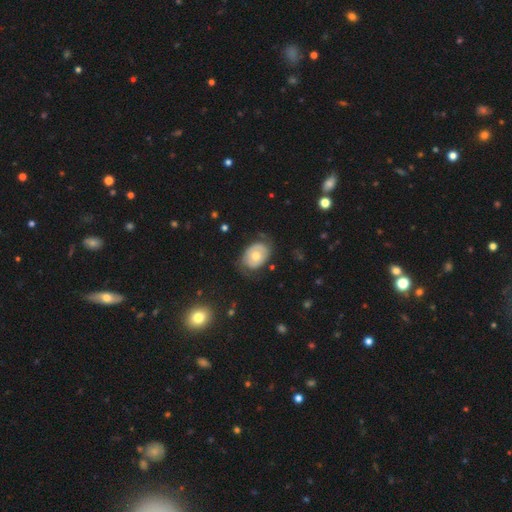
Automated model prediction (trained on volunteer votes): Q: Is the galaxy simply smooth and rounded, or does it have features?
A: smooth — 52%.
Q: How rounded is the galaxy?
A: in between — 72%.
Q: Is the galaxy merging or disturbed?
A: none — 66%.